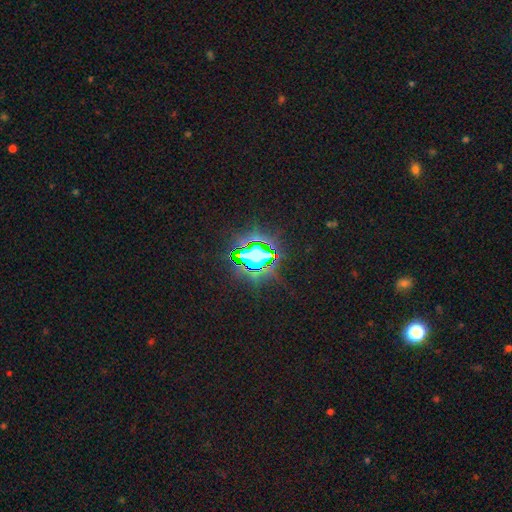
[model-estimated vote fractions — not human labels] This appears to be a star or artifact, not a galaxy (71%).